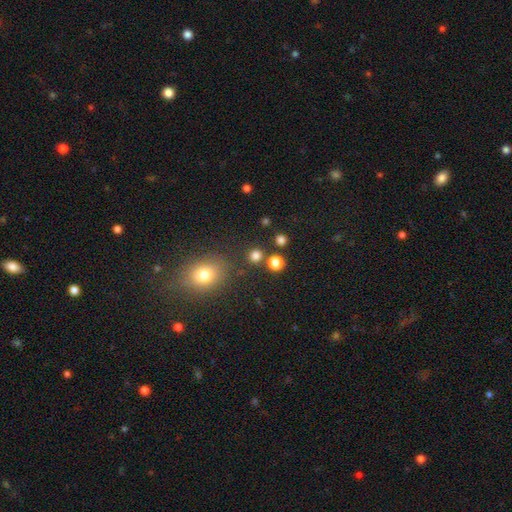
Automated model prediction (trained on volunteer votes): Smooth or featured: smooth — 78% (star or artifact — 17%)
How rounded: round — 90% (in between — 9%)
Merging: none — 82% (merger — 8%)